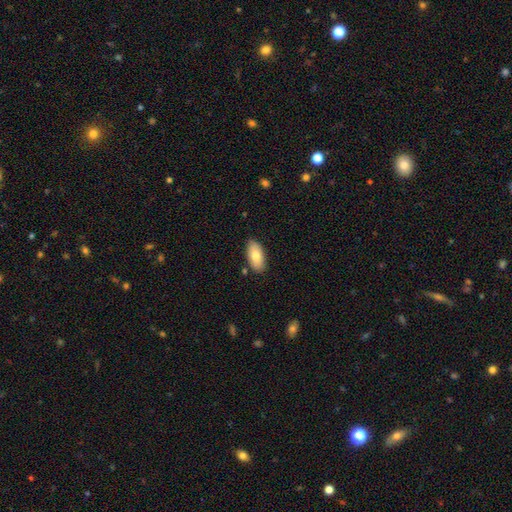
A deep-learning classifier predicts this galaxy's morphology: smooth_or_featured: smooth (p=0.80) [alt: featured or disk p=0.13]
how_rounded: in between (p=0.93) [alt: cigar-shaped p=0.05]
merging: none (p=0.85) [alt: minor disturbance p=0.11]